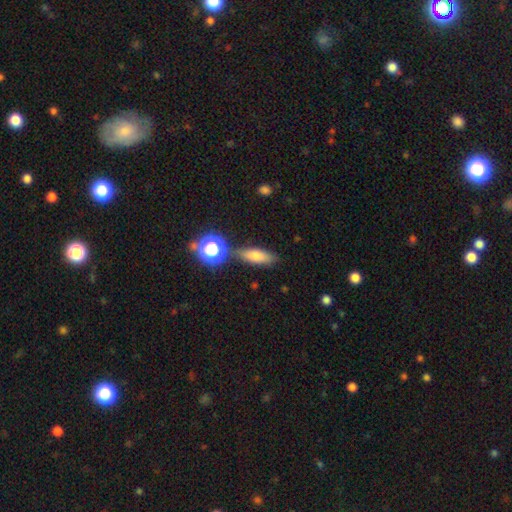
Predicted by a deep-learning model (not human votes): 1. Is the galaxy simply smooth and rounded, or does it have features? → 69% smooth, 18% featured or disk, 13% star or artifact.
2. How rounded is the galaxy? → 49% in between, 41% cigar-shaped, 9% round.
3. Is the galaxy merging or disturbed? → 77% none, 12% minor disturbance, 7% merger, 4% major disturbance.